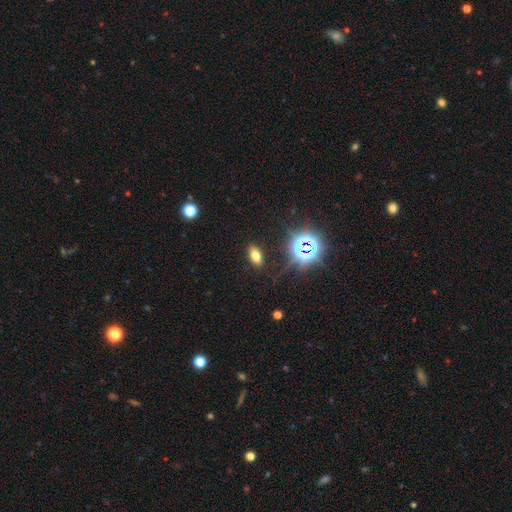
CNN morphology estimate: A smooth galaxy with no disk features (66%) that is in between round and cigar-shaped (87%).

Vote fractions:
- Smooth or featured? smooth: 66% / star or artifact: 23% / featured or disk: 11%
- How rounded? in between: 87% / round: 7% / cigar-shaped: 6%
- Merging? none: 87% / minor disturbance: 8% / major disturbance: 3% / merger: 2%